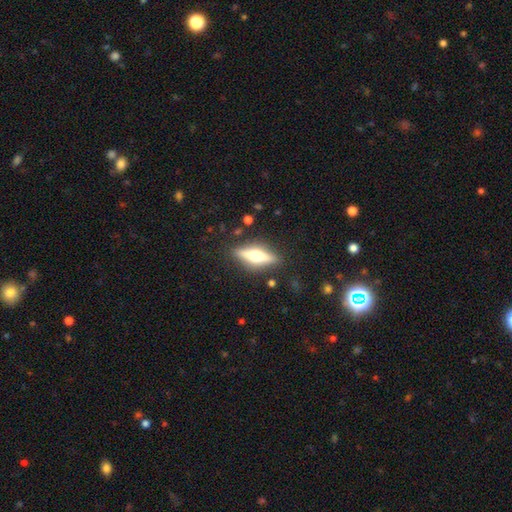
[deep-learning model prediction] Morphology: type=featured or disk (61%); edge-on=yes (93%); edge-on bulge=rounded (94%); merging=none (85%).